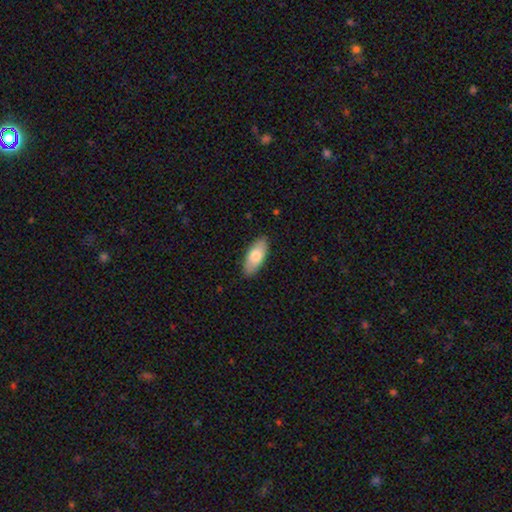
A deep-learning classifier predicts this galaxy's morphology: A smooth galaxy with no disk features (78%) that is in between round and cigar-shaped (84%). Merging: none (88%).